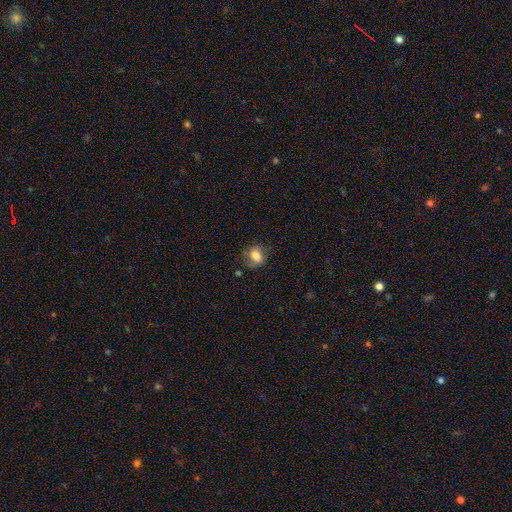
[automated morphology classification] Q: Smooth or featured?
A: smooth (78%); runner-up: featured or disk (13%)
Q: How rounded?
A: in between (53%); runner-up: round (46%)
Q: Merging?
A: none (63%); runner-up: minor disturbance (25%)